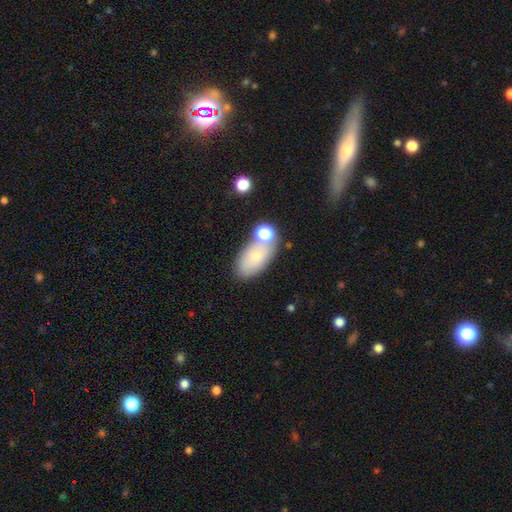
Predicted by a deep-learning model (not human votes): Smooth or featured? Predicted: smooth (p=0.70). How rounded? Predicted: in between (p=0.89). Merging? Predicted: none (p=0.57).